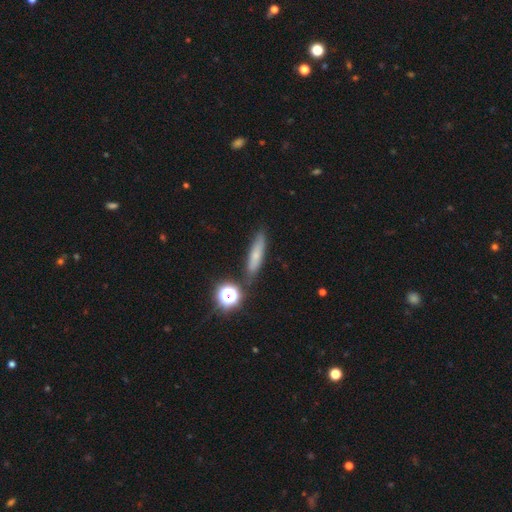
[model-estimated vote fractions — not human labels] Smooth or featured? Predicted: smooth (p=0.63). How rounded? Predicted: cigar-shaped (p=0.72). Merging? Predicted: none (p=0.79).